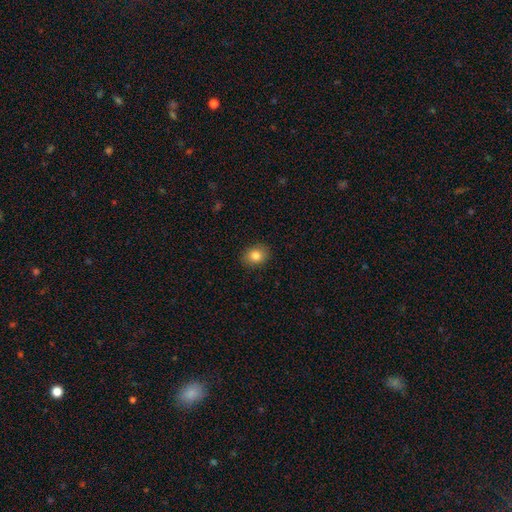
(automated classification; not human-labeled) Q: Smooth or featured?
A: smooth (83%); runner-up: star or artifact (10%)
Q: How rounded?
A: in between (50%); runner-up: round (49%)
Q: Merging?
A: none (89%); runner-up: minor disturbance (8%)